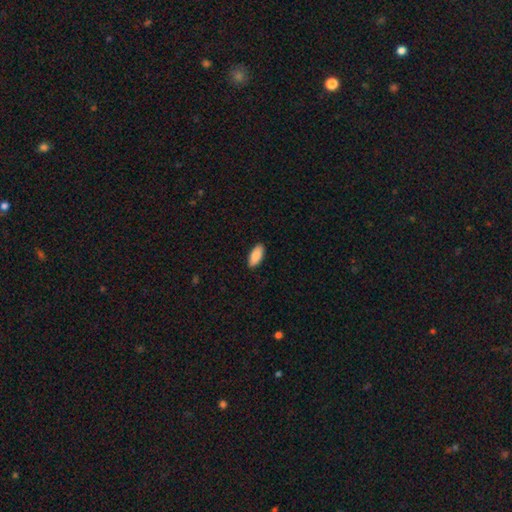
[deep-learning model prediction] Smooth or featured: smooth — 90% (star or artifact — 6%)
How rounded: in between — 89% (cigar-shaped — 10%)
Merging: none — 90% (minor disturbance — 8%)